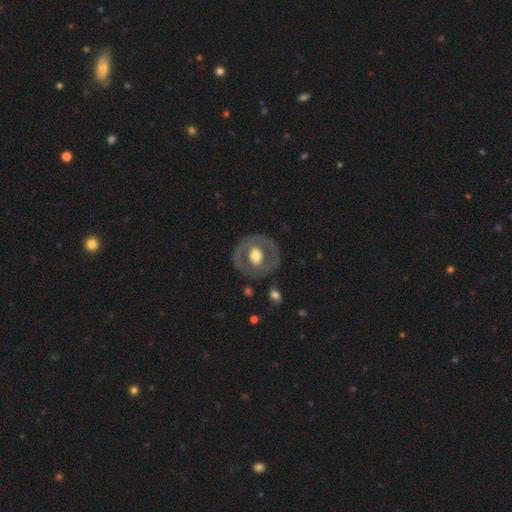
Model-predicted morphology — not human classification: smooth-or-featured: featured or disk: 55% | smooth: 39% | star or artifact: 6%
  disk-edge-on: no: 95% | yes: 5%
    bar: no: 71% | weak: 21% | strong: 9%
    has-spiral-arms: no: 82% | yes: 18%
    bulge-size: moderate: 56% | large: 34% | small: 6% | dominant: 2% | none: 1%
  merging: none: 78% | minor disturbance: 13% | major disturbance: 7% | merger: 2%